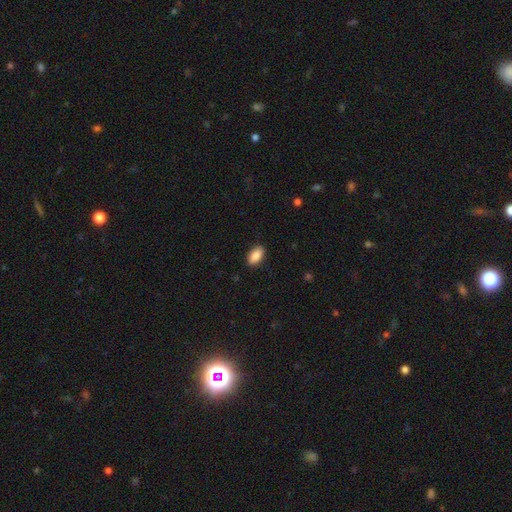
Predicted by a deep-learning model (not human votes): A smooth galaxy with no disk features (88%) that is in between round and cigar-shaped (93%).

Vote fractions:
- Smooth or featured? smooth: 88% / star or artifact: 7% / featured or disk: 5%
- How rounded? in between: 93% / round: 4% / cigar-shaped: 3%
- Merging? none: 89% / minor disturbance: 8% / major disturbance: 2% / merger: 1%